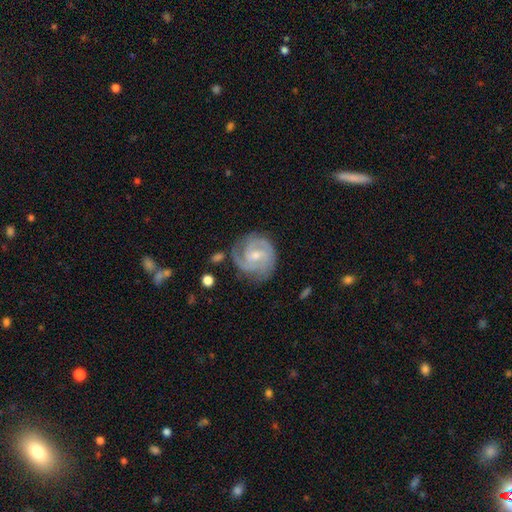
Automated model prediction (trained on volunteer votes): Overall: featured or disk (88%). Edge-on disk: no (98%). Bar: weak (49%; no 42%). Spiral arms: yes (98%). Spiral arm count: 2 (42%; 3 35%). Spiral winding: tight (59%; medium 36%). Bulge size: small (57%; moderate 38%). Merging: none (71%).